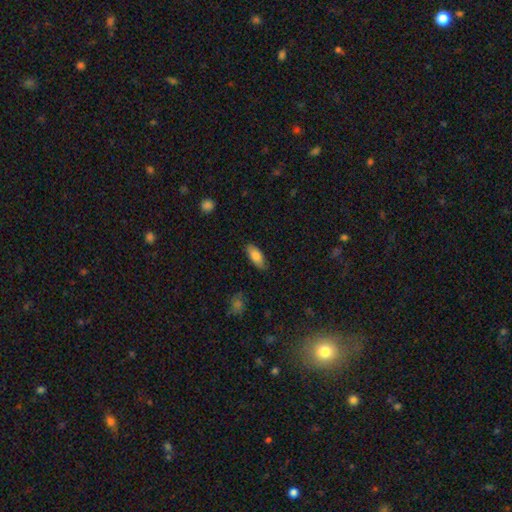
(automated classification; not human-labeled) Smooth or featured? smooth (83%)
How rounded? in between (85%)
Merging? none (83%)